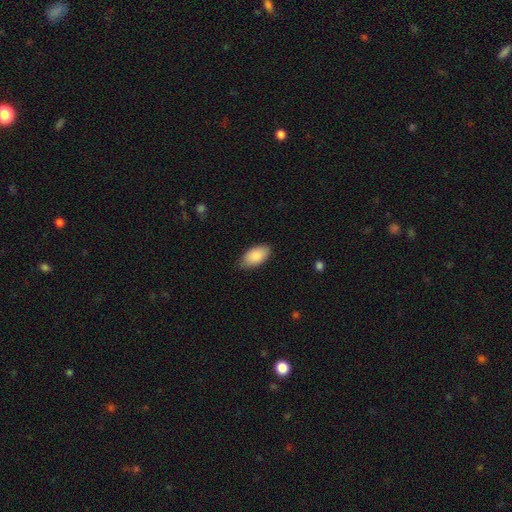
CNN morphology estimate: smooth 89%, star or artifact 6%, featured or disk 5%. Down the decision tree: how rounded — in between (95%); merging — none (81%).